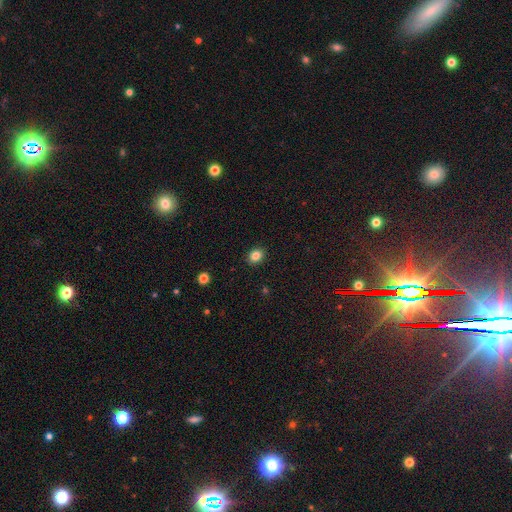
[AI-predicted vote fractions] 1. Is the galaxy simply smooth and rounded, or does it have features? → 84% smooth, 10% star or artifact, 6% featured or disk.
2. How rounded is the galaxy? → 55% in between, 44% round, 1% cigar-shaped.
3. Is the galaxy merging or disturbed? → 90% none, 7% minor disturbance, 2% major disturbance, 1% merger.